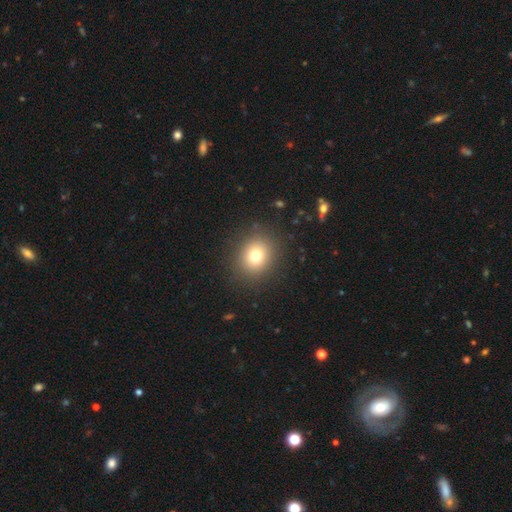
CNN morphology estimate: A smooth galaxy with no disk features (76%) that is round (75%).

Vote fractions:
- Smooth or featured? smooth: 76% / star or artifact: 14% / featured or disk: 10%
- How rounded? round: 75% / in between: 24% / cigar-shaped: 1%
- Merging? none: 89% / minor disturbance: 7% / major disturbance: 3% / merger: 1%